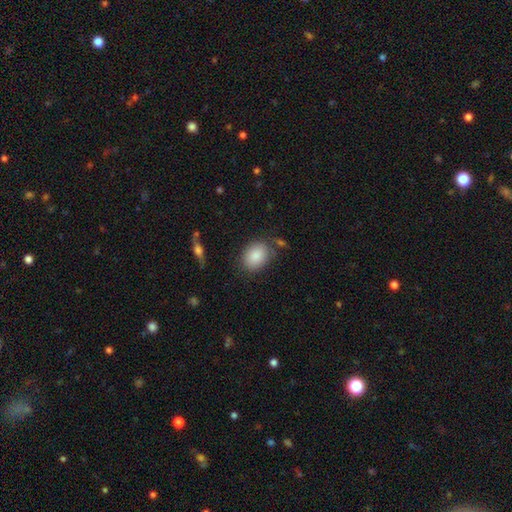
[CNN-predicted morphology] smooth 87%, star or artifact 7%, featured or disk 6%. Down the decision tree: how rounded — in between (69%); merging — none (77%).